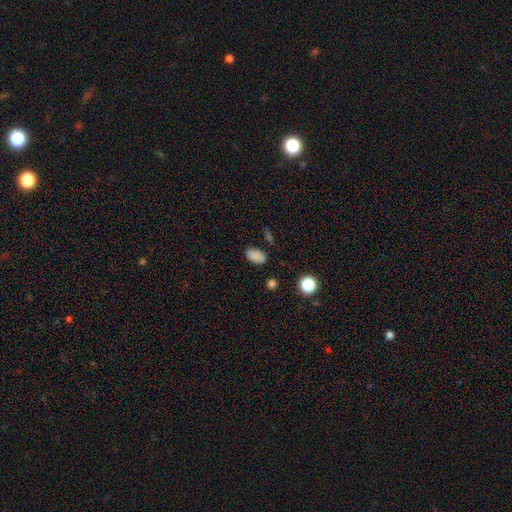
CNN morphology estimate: This is clearly a smooth galaxy (83%). How rounded: clearly in between (91%). Merging: likely none (79%).